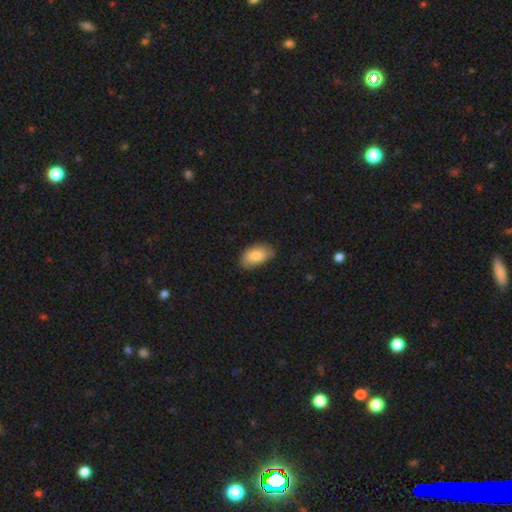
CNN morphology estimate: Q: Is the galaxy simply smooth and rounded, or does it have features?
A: smooth — 83%.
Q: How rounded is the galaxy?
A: in between — 93%.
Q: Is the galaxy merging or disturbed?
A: none — 67%.